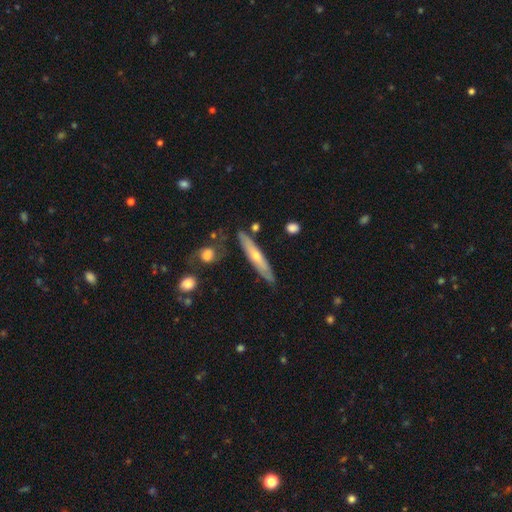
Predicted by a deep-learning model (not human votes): Morphology: type=featured or disk (52%); edge-on=yes (82%); merging=none (79%).